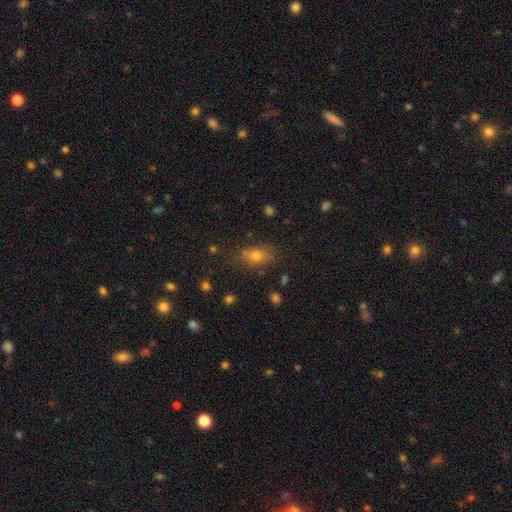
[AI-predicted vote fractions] Smooth or featured?
  - smooth: 72% *
  - star or artifact: 17%
  - featured or disk: 11%
How rounded?
  - in between: 74% *
  - round: 19%
  - cigar-shaped: 6%
Merging?
  - none: 77% *
  - minor disturbance: 15%
  - major disturbance: 5%
  - merger: 3%